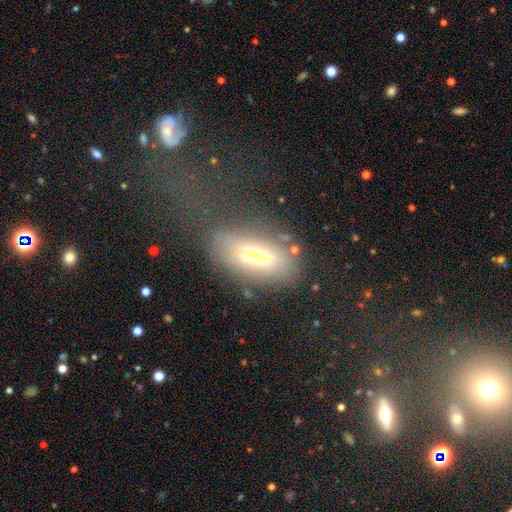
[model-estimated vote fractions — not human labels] Overall: smooth (50%; featured or disk 38%). Merging: none (52%; minor disturbance 23%).